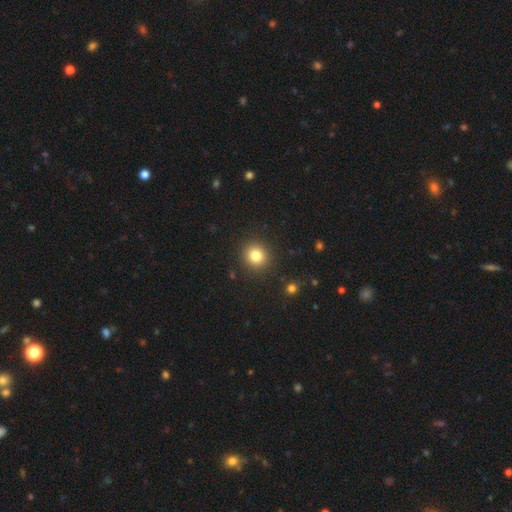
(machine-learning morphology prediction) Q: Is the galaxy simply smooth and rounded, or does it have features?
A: smooth — 81%.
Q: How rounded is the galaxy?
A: round — 89%.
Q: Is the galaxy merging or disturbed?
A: none — 91%.